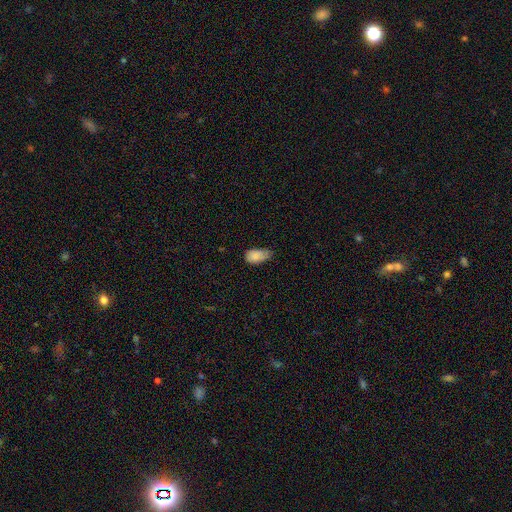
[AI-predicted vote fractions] Smooth or featured? smooth (82%)
How rounded? in between (91%)
Merging? minor disturbance (47%)